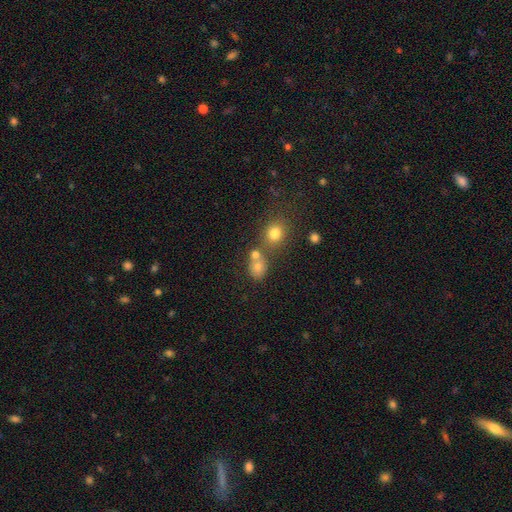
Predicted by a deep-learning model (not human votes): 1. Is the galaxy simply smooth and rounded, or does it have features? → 72% smooth, 16% star or artifact, 12% featured or disk.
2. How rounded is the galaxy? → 66% round, 32% in between, 1% cigar-shaped.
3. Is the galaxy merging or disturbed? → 49% none, 36% merger, 10% minor disturbance, 5% major disturbance.